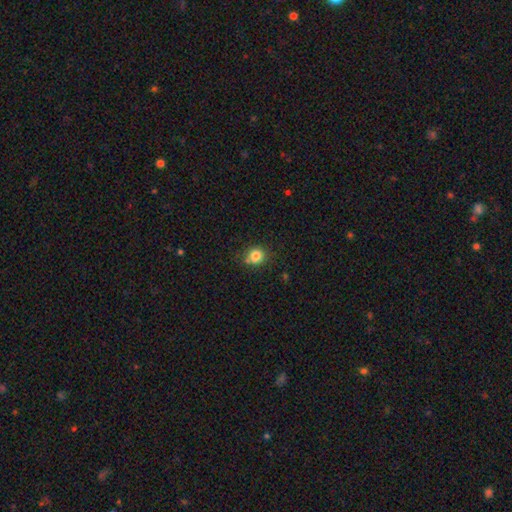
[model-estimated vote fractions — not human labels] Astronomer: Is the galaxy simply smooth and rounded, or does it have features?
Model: smooth — 82%.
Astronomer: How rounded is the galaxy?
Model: round — 81%.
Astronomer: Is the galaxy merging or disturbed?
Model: none — 72%.